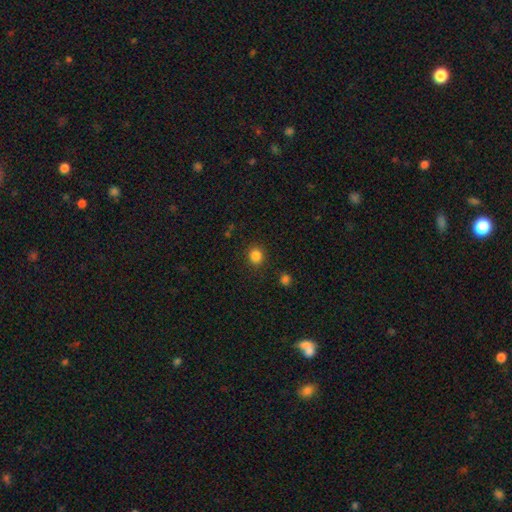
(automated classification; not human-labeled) A smooth galaxy with no disk features (85%) that is round (83%). Merging: none (88%).